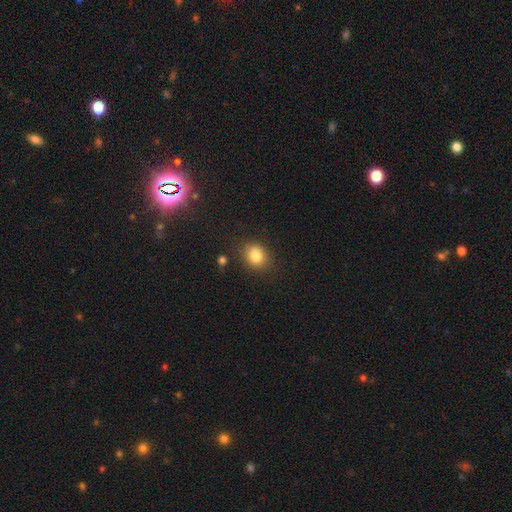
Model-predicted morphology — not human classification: Smooth or featured? Predicted: smooth (p=0.83). How rounded? Predicted: round (p=0.52). Merging? Predicted: none (p=0.81).